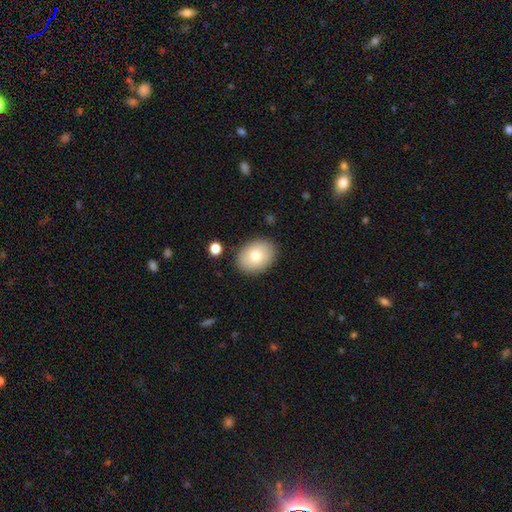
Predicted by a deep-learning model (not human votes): This is likely a smooth galaxy (79%). How rounded: likely in between (66%). Merging: clearly none (86%).